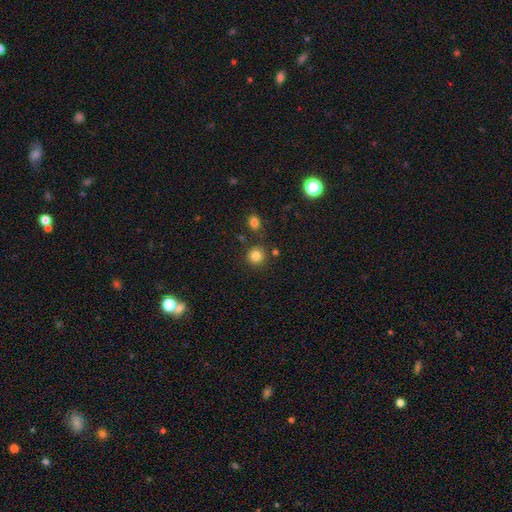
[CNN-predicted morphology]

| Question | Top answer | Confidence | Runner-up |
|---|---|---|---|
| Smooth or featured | smooth | 83% | star or artifact (12%) |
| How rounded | round | 91% | in between (8%) |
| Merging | none | 83% | minor disturbance (8%) |